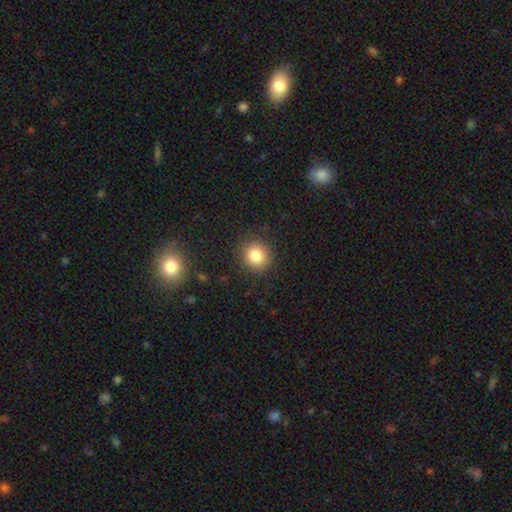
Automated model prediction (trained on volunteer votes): Q: Smooth or featured?
A: smooth (83%); runner-up: star or artifact (11%)
Q: How rounded?
A: round (90%); runner-up: in between (9%)
Q: Merging?
A: none (89%); runner-up: minor disturbance (7%)